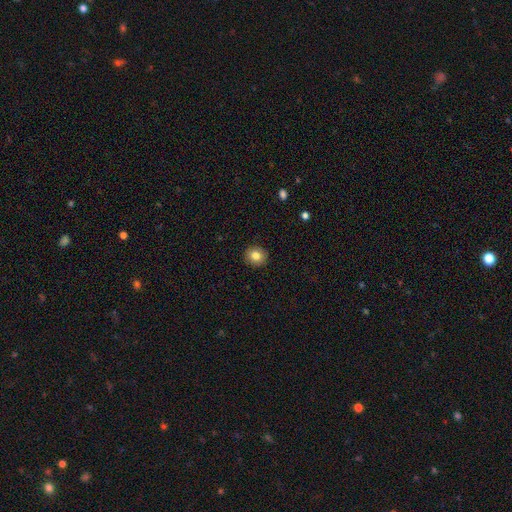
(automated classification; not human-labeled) A smooth galaxy with no disk features (83%) that is round (83%). Merging: none (91%).